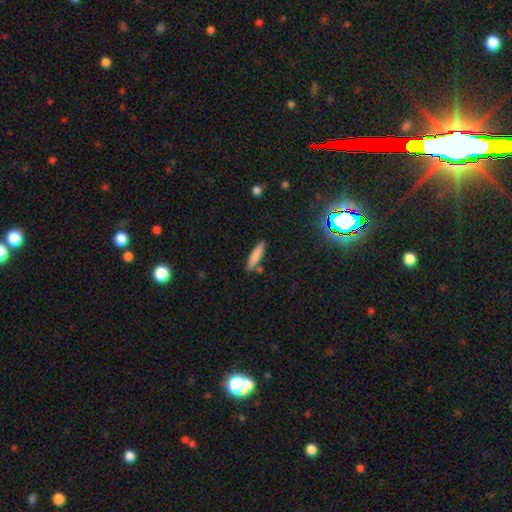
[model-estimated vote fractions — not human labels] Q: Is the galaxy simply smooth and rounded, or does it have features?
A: smooth — 81%.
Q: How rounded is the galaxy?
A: cigar-shaped — 82%.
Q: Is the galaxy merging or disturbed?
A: none — 83%.